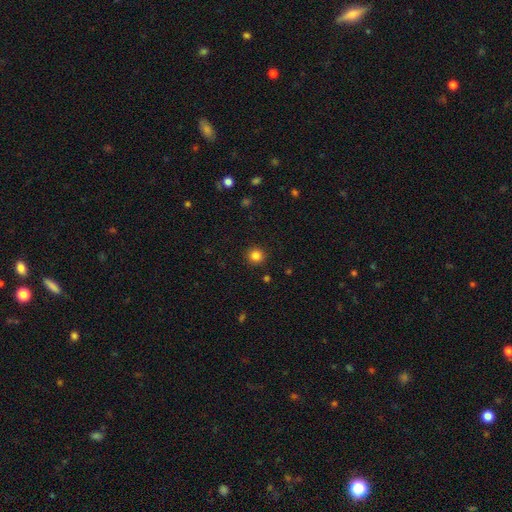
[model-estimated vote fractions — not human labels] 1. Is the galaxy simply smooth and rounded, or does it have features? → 84% smooth, 12% star or artifact, 4% featured or disk.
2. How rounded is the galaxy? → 94% round, 5% in between, 1% cigar-shaped.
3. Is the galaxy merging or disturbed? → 92% none, 5% minor disturbance, 2% major disturbance, 1% merger.